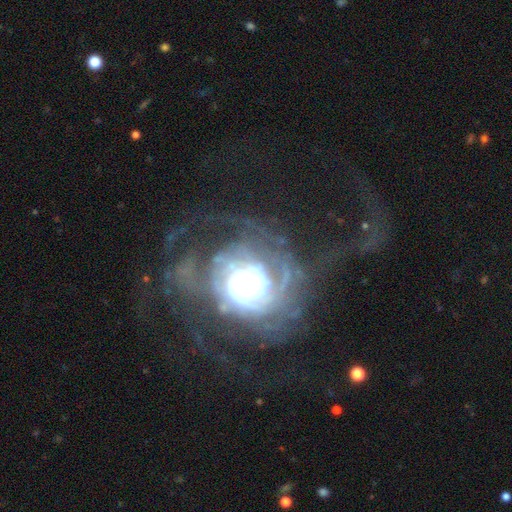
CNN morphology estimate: smooth-or-featured: featured or disk: 79% | star or artifact: 11% | smooth: 10%
  disk-edge-on: no: 96% | yes: 4%
    bar: no: 76% | weak: 17% | strong: 7%
    has-spiral-arms: yes: 79% | no: 21%
      spiral-winding: tight: 41% | medium: 34% | loose: 25%
      spiral-arm-count: can't tell: 37% | 2: 19% | 3: 14% | 4: 10% | more than 4: 10% | 1: 10%
    bulge-size: large: 47% | moderate: 32% | dominant: 13% | small: 6% | none: 2%
  merging: none: 42% | major disturbance: 41% | minor disturbance: 14% | merger: 3%